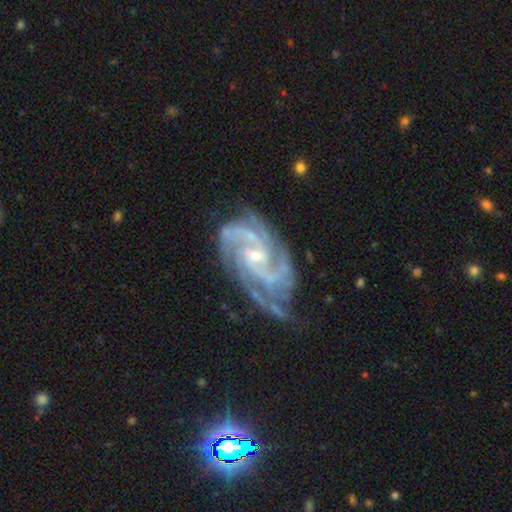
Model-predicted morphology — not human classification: A featured or disk galaxy (92%) with no bar (45%), 3 (33%) tight (49%) spiral arms (98%) and a small central bulge (66%). Merging: none (63%).